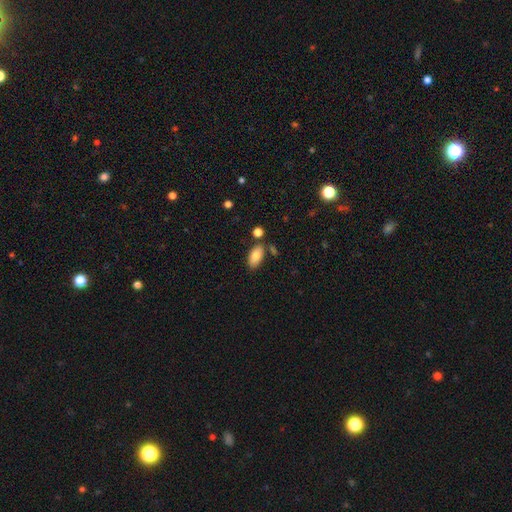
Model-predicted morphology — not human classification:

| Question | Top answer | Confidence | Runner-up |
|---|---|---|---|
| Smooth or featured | smooth | 82% | featured or disk (10%) |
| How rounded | in between | 92% | cigar-shaped (5%) |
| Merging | none | 76% | minor disturbance (13%) |